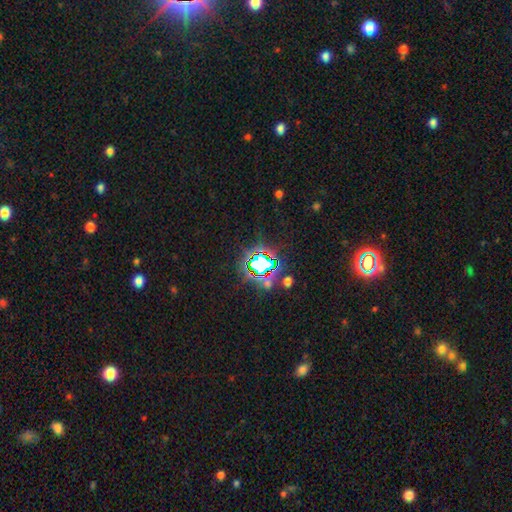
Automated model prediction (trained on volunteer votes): A star or artifact, not a galaxy (77%).